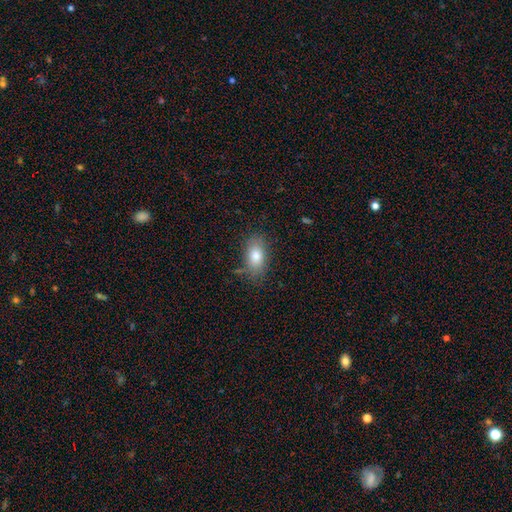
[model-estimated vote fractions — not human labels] Morphology: type=smooth (78%); roundness=in between (88%); merging=none (78%).